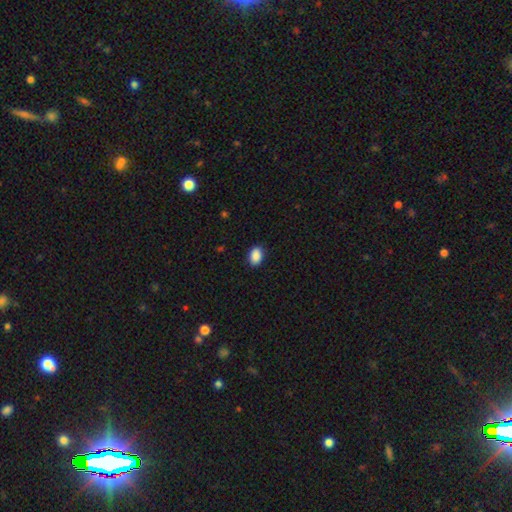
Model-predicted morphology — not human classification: smooth 90%, star or artifact 8%, featured or disk 3%. Down the decision tree: how rounded — in between (84%); merging — none (88%).